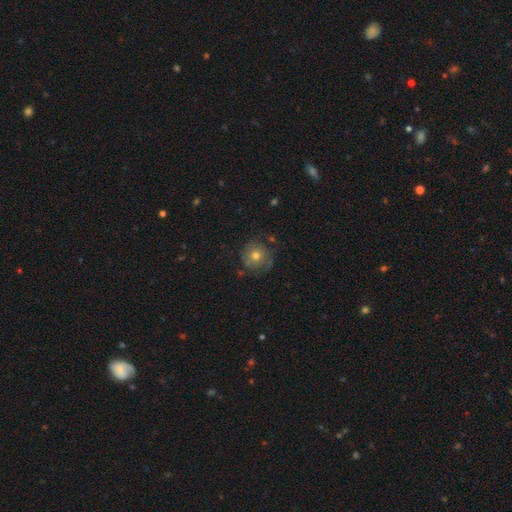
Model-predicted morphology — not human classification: Q: Smooth or featured?
A: smooth (61%); runner-up: featured or disk (27%)
Q: How rounded?
A: round (92%); runner-up: in between (7%)
Q: Merging?
A: none (74%); runner-up: minor disturbance (18%)